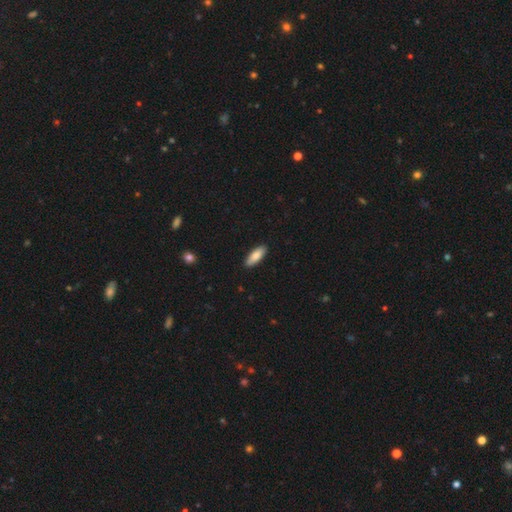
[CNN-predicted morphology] Overall: smooth (83%). How rounded: in between (65%; cigar-shaped 34%). Merging: none (89%).